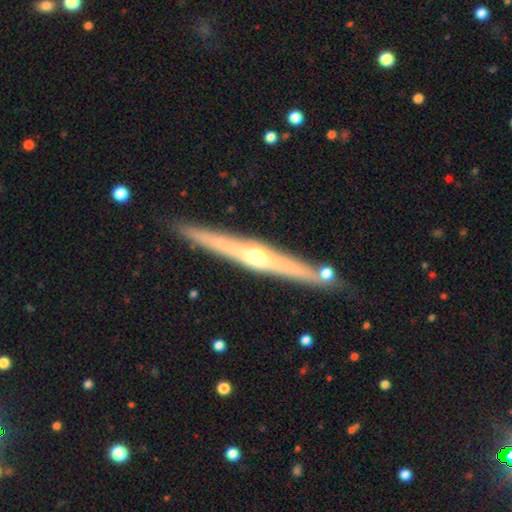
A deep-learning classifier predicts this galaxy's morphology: Q: Smooth or featured?
A: featured or disk (73%); runner-up: smooth (21%)
Q: Edge-on disk?
A: yes (97%); runner-up: no (3%)
Q: Edge-on bulge?
A: rounded (85%); runner-up: none (12%)
Q: Merging?
A: none (88%); runner-up: minor disturbance (8%)